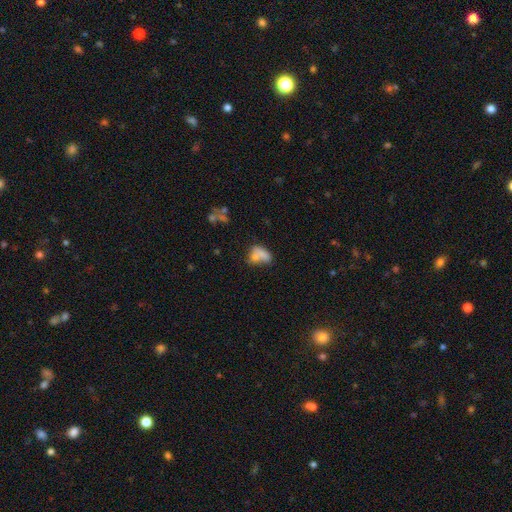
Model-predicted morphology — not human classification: Overall: smooth (66%). How rounded: in between (80%). Merging: merger (43%; none 29%).